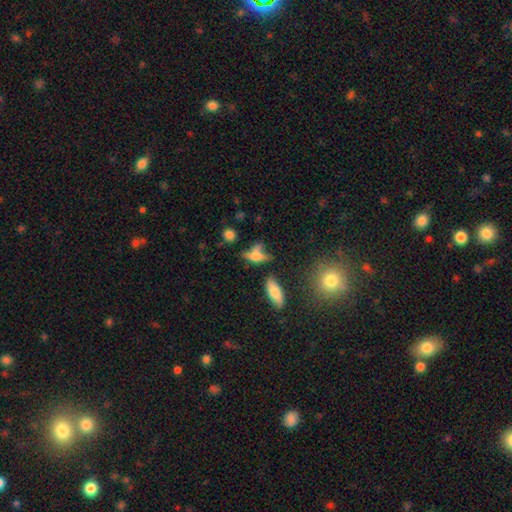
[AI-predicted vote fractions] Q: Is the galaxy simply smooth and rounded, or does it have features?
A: smooth — 55%.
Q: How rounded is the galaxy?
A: in between — 67%.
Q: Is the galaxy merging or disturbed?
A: none — 39%.